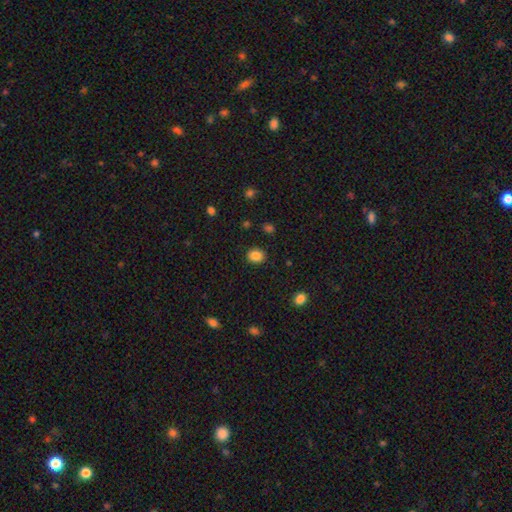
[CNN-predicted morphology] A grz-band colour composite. It shows a smooth galaxy with no disk features (85%) that is round (53%). Merging: none (87%).